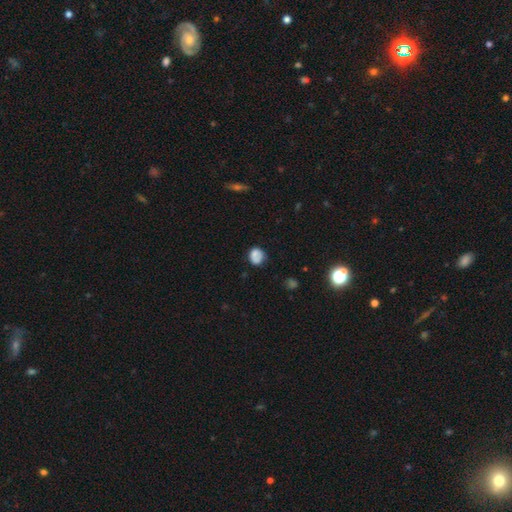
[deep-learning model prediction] smooth-or-featured: smooth: 71% | featured or disk: 19% | star or artifact: 10%
  how-rounded: round: 72% | in between: 27% | cigar-shaped: 1%
  merging: none: 61% | minor disturbance: 24% | major disturbance: 9% | merger: 6%